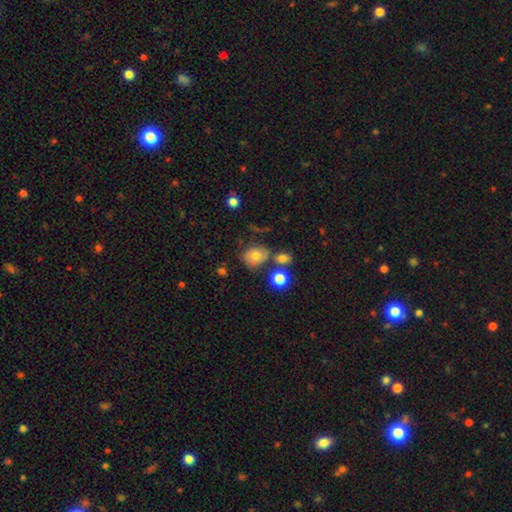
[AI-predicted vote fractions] smooth_or_featured: smooth (p=0.72) [alt: featured or disk p=0.15]
how_rounded: round (p=0.54) [alt: in between p=0.45]
merging: none (p=0.60) [alt: minor disturbance p=0.19]